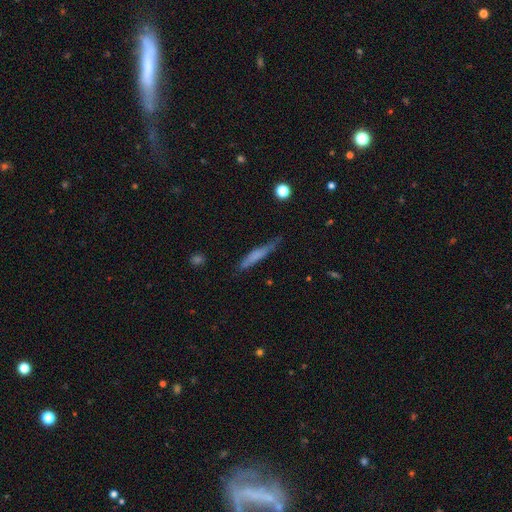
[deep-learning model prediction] Overall: smooth (61%; featured or disk 31%). How rounded: cigar-shaped (92%). Merging: none (70%).